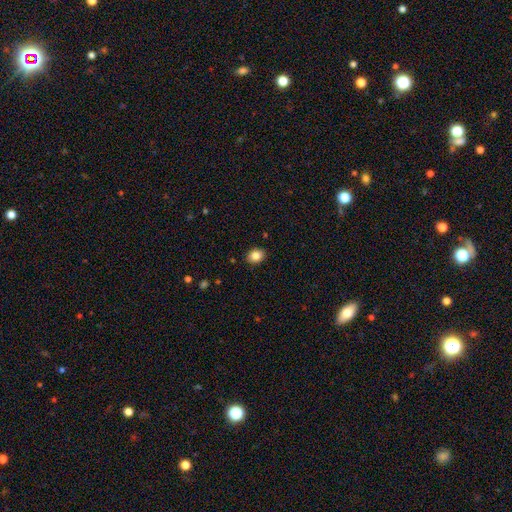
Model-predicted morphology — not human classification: Smooth or featured: smooth — 84% (star or artifact — 10%)
How rounded: in between — 51% (round — 48%)
Merging: none — 89% (minor disturbance — 8%)